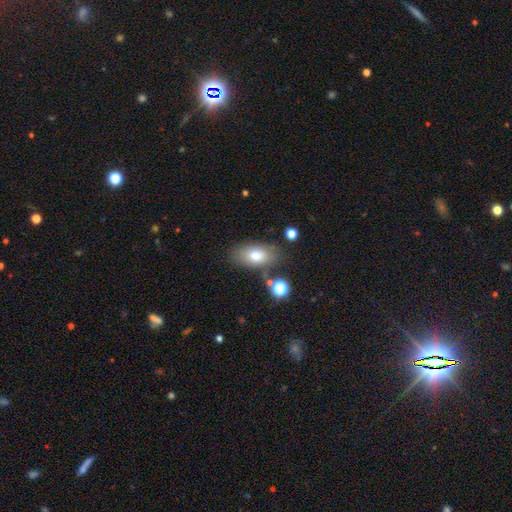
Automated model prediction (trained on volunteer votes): Overall: smooth (76%). How rounded: in between (90%). Merging: none (72%).